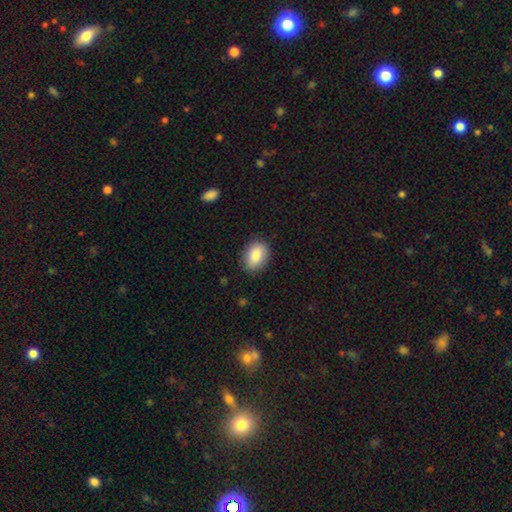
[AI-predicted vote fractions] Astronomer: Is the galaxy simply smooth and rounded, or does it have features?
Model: smooth — 87%.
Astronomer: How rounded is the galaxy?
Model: in between — 77%.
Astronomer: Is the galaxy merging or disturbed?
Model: none — 86%.